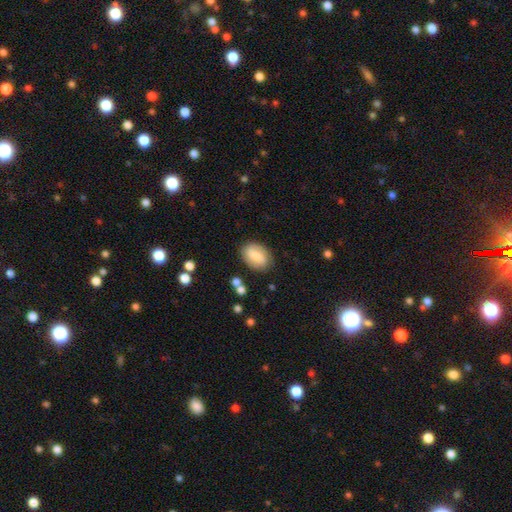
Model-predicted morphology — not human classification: The model was most divided on "smooth or featured": smooth: 72%, featured or disk: 21%, star or artifact: 7%. More confident: how rounded — in between (86%); merging — none (78%).